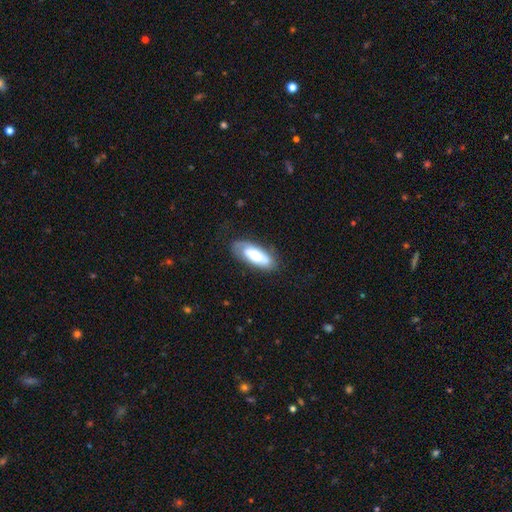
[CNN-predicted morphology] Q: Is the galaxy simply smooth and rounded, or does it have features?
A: smooth — 57%.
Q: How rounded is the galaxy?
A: in between — 75%.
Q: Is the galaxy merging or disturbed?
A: none — 66%.